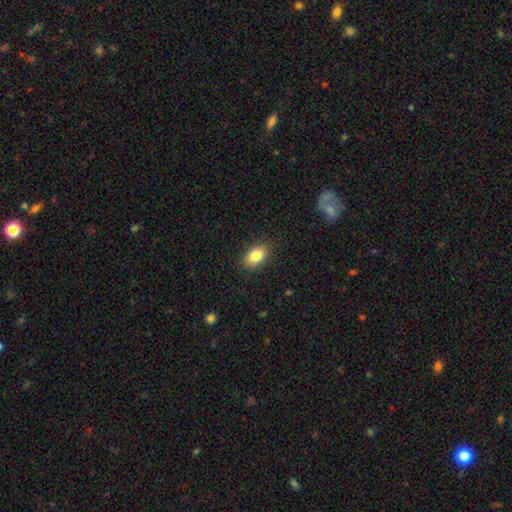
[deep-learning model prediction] The model was most divided on "smooth or featured": smooth: 84%, featured or disk: 8%, star or artifact: 8%. More confident: how rounded — in between (90%); merging — none (88%).